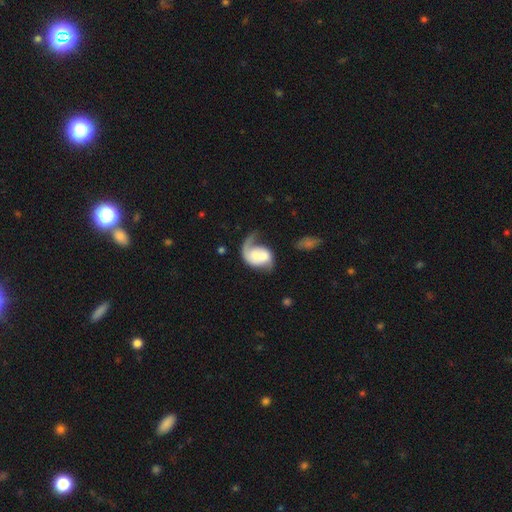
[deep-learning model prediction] This is likely a featured or disk galaxy (69%). It is clearly not viewed edge-on (98%). Bar: likely no (68%). Spiral arm pattern: clearly yes (86%). Spiral arm count: likely 1 (68%). Spiral winding: possibly loose (49%). Central bulge: marginally moderate (38%). Merging: marginally major disturbance (32%).